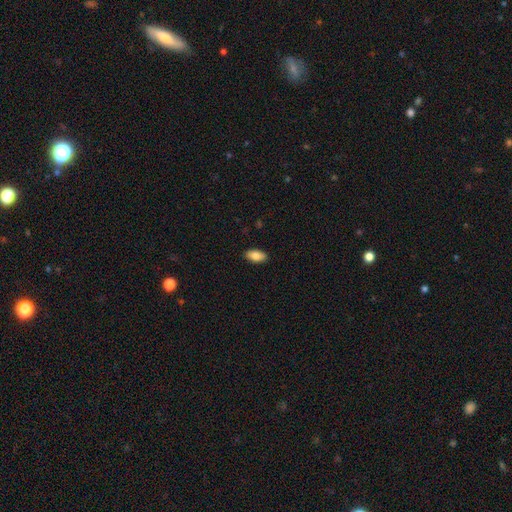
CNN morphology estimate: This appears to be a smooth galaxy with no disk features (83%) that is in between round and cigar-shaped (93%). Merging: none (90%).